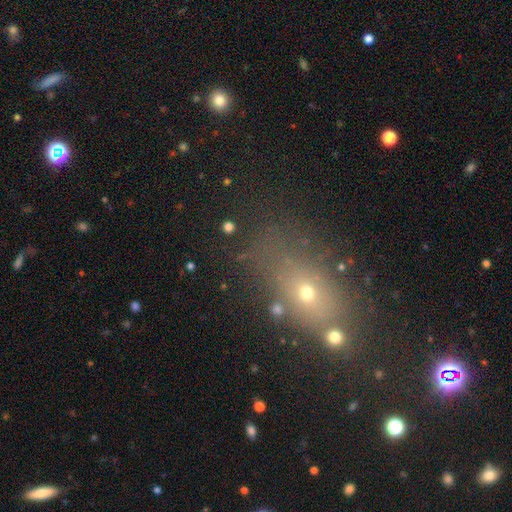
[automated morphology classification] A smooth galaxy with no disk features (50%).

Vote fractions:
- Smooth or featured? smooth: 50% / star or artifact: 32% / featured or disk: 18%
- Merging? none: 68% / minor disturbance: 14% / merger: 10% / major disturbance: 8%